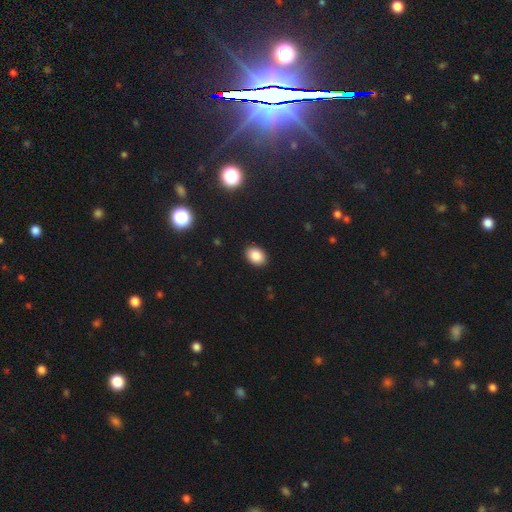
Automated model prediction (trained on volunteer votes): Q: Smooth or featured?
A: smooth (87%); runner-up: star or artifact (9%)
Q: How rounded?
A: in between (77%); runner-up: round (22%)
Q: Merging?
A: none (90%); runner-up: minor disturbance (7%)